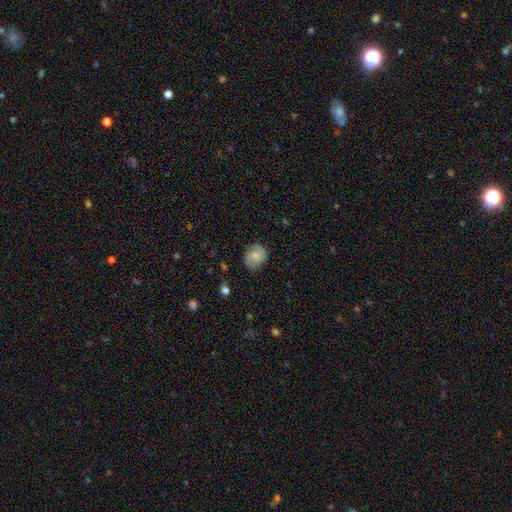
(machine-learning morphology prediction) Overall: smooth (53%; featured or disk 39%). How rounded: round (71%). Merging: none (73%).